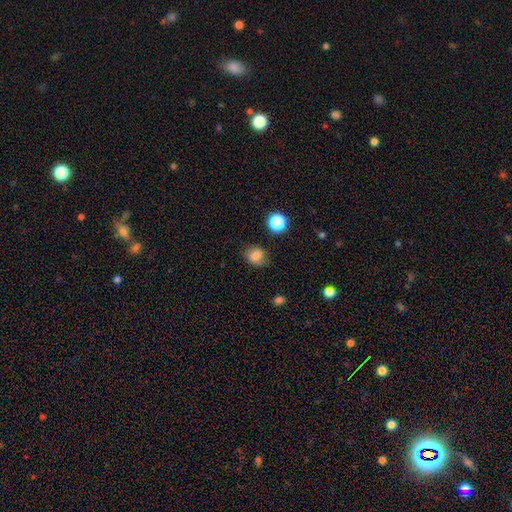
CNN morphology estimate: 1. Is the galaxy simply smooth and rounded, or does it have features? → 81% smooth, 13% star or artifact, 7% featured or disk.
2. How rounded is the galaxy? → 58% round, 41% in between, 1% cigar-shaped.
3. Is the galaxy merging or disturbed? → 77% none, 16% minor disturbance, 4% major disturbance, 2% merger.